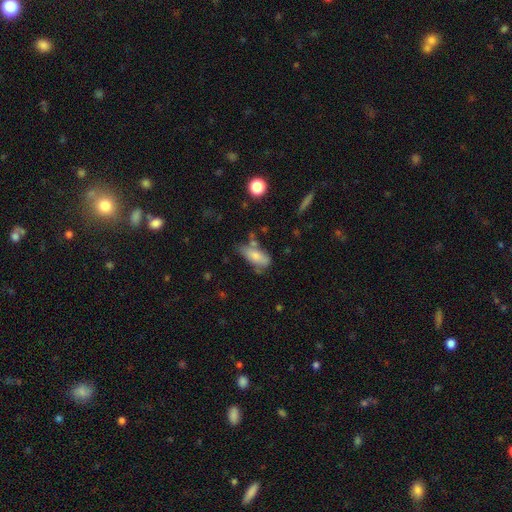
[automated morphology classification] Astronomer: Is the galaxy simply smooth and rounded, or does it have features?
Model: smooth — 73%.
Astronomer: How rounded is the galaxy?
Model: in between — 80%.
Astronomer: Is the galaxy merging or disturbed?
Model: none — 48% (runner-up: minor disturbance, 29%).